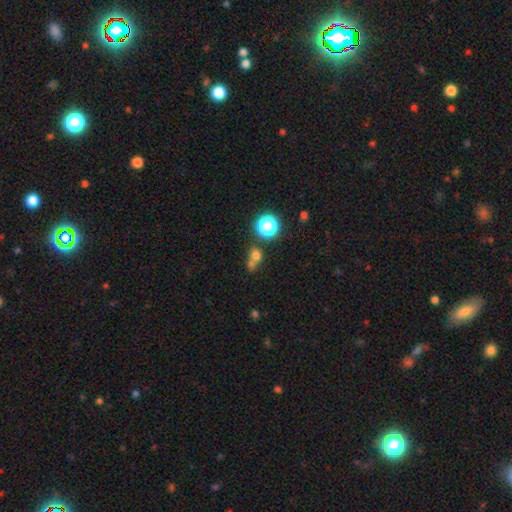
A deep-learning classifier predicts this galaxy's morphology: Smooth or featured?
  - smooth: 67% *
  - star or artifact: 22%
  - featured or disk: 10%
How rounded?
  - round: 78% *
  - in between: 21%
  - cigar-shaped: 1%
Merging?
  - merger: 46% *
  - none: 41%
  - minor disturbance: 8%
  - major disturbance: 5%